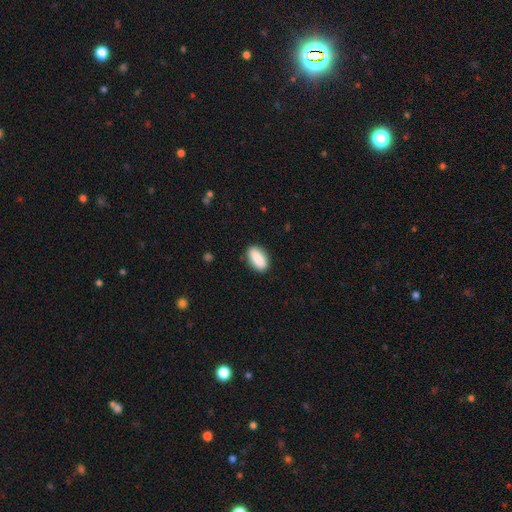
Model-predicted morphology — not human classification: The model was most divided on "merging": none: 86%, minor disturbance: 10%, major disturbance: 2%, merger: 1%. More confident: smooth or featured — smooth (88%); how rounded — in between (88%).